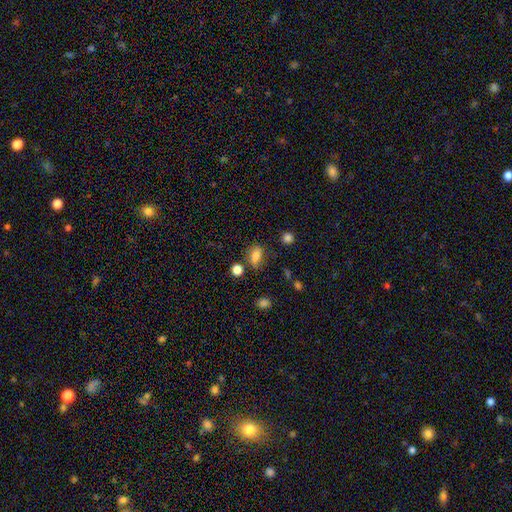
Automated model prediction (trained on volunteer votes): A smooth galaxy with no disk features (80%) that is in between round and cigar-shaped (78%). Merging: none (68%).